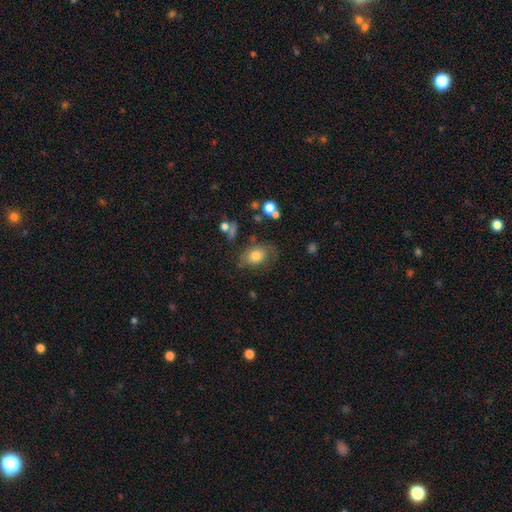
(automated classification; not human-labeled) Overall: smooth (72%). How rounded: in between (73%). Merging: none (59%; minor disturbance 25%).